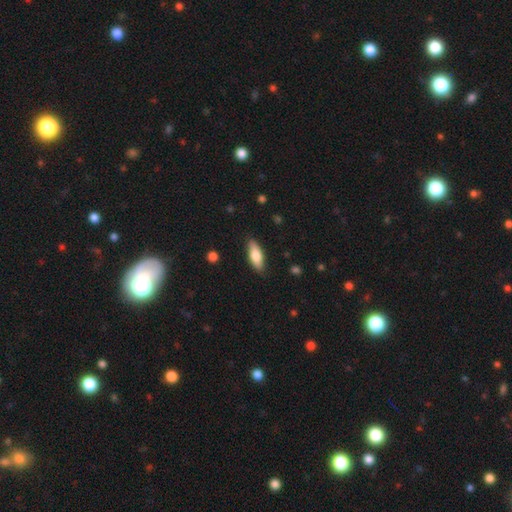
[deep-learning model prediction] This is likely a smooth galaxy (76%). How rounded: likely in between (69%). Merging: clearly none (85%).